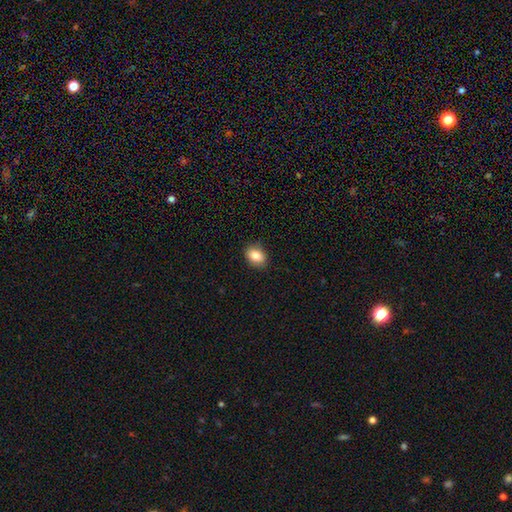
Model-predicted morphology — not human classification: This is clearly a smooth galaxy (85%). How rounded: likely in between (68%). Merging: clearly none (88%).